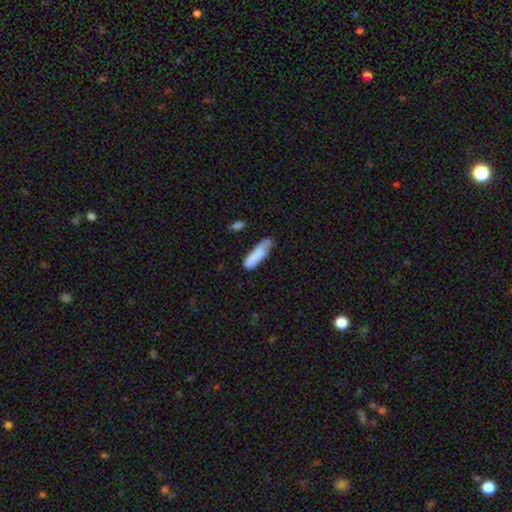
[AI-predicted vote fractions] Q: Smooth or featured?
A: smooth (76%); runner-up: featured or disk (18%)
Q: How rounded?
A: cigar-shaped (55%); runner-up: in between (44%)
Q: Merging?
A: none (51%); runner-up: minor disturbance (31%)